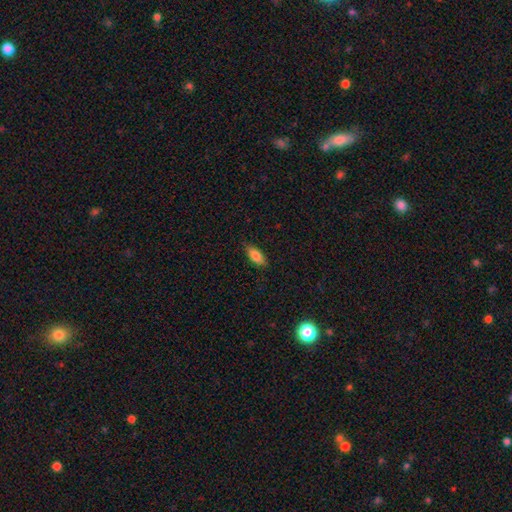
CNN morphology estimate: Smooth or featured?
  - smooth: 81% *
  - featured or disk: 12%
  - star or artifact: 7%
How rounded?
  - in between: 82% *
  - cigar-shaped: 16%
  - round: 3%
Merging?
  - none: 83% *
  - minor disturbance: 13%
  - major disturbance: 2%
  - merger: 1%